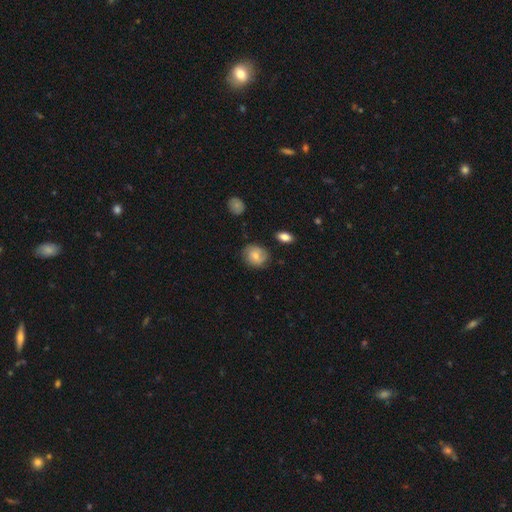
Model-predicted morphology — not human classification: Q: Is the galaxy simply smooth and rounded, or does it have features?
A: smooth — 57%.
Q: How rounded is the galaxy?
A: round — 74%.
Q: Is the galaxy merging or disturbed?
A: none — 76%.